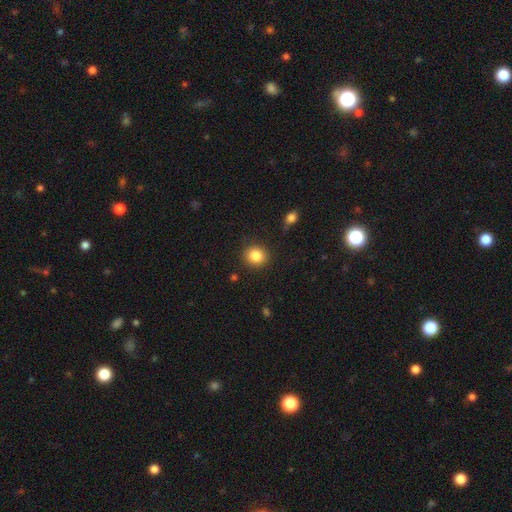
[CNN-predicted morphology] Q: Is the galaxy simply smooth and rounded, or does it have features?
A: smooth — 85%.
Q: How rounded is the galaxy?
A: round — 83%.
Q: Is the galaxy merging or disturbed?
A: none — 89%.